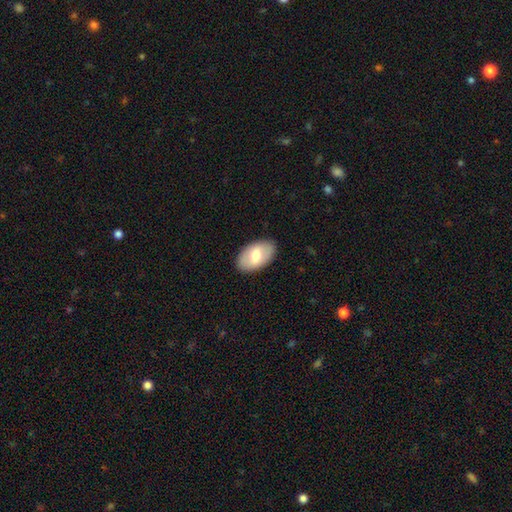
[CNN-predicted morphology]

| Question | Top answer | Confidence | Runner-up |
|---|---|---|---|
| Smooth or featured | smooth | 63% | featured or disk (31%) |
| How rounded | in between | 94% | round (5%) |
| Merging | none | 88% | minor disturbance (9%) |